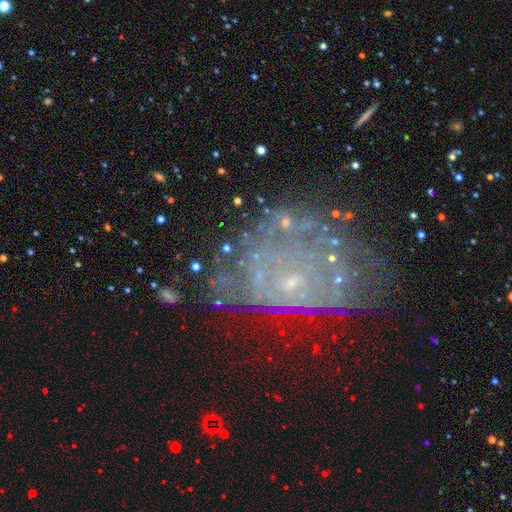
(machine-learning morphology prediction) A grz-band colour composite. It shows a featured or disk galaxy (62%) with no bar (86%), no spiral arms (75%) and a small central bulge (45%). Merging: major disturbance (35%).